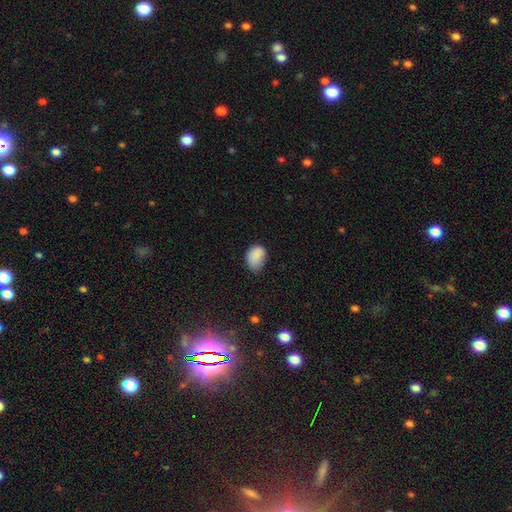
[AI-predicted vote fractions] Overall: smooth (86%). How rounded: in between (74%). Merging: none (57%; minor disturbance 34%).